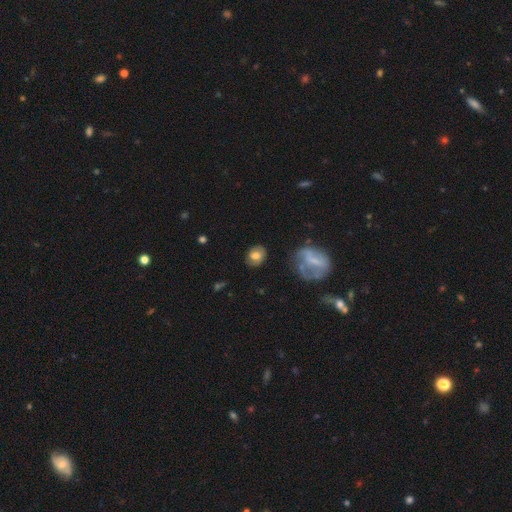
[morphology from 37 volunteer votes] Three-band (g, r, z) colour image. It shows a smooth galaxy with no disk features (65%) that is round (75%). Merging: none (83%).